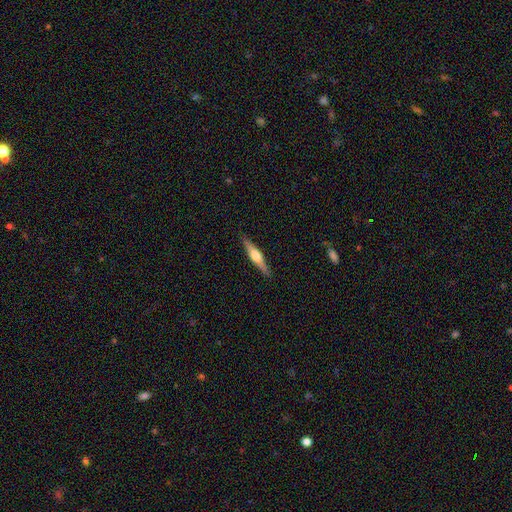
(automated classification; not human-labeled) A featured or disk galaxy (65%) viewed edge-on (97%) with a rounded central bulge (91%).

Vote fractions:
- Smooth or featured? featured or disk: 65% / smooth: 30% / star or artifact: 5%
- Edge-on disk? yes: 97% / no: 3%
- Edge-on bulge? rounded: 91% / boxy: 6% / none: 3%
- Merging? none: 90% / minor disturbance: 7% / major disturbance: 2% / merger: 1%